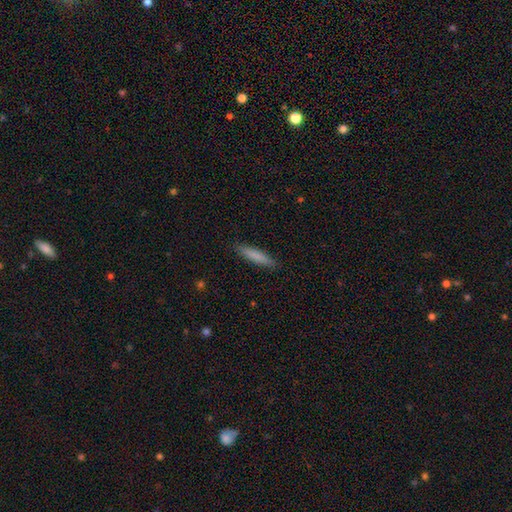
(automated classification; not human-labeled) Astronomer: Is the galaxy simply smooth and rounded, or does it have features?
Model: smooth — 80%.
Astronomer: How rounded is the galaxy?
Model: cigar-shaped — 87%.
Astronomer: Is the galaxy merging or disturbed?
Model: none — 89%.